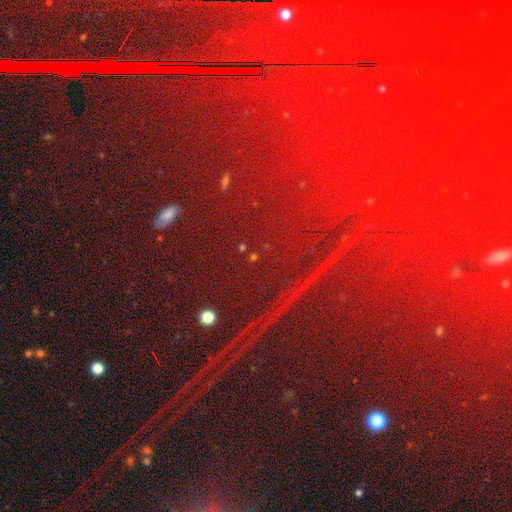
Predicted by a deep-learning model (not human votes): This is clearly a star or artifact rather than a galaxy (87%).